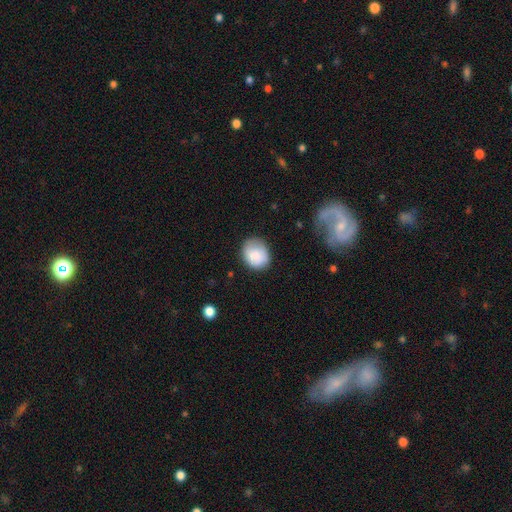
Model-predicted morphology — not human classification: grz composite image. It shows a smooth galaxy with no disk features (85%) that is round (61%). Merging: none (74%).